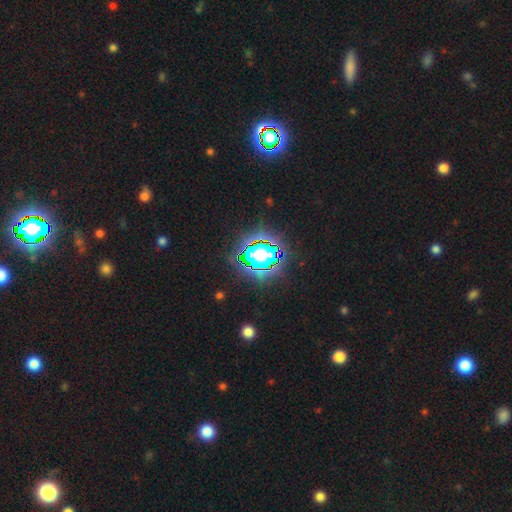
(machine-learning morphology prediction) Q: Smooth or featured?
A: star or artifact (82%); runner-up: smooth (11%)